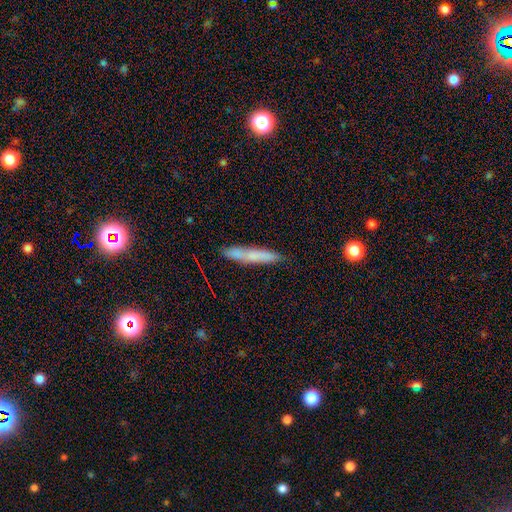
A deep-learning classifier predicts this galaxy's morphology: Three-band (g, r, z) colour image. It shows a smooth galaxy with no disk features (68%) that is cigar-shaped (90%). Merging: none (75%).